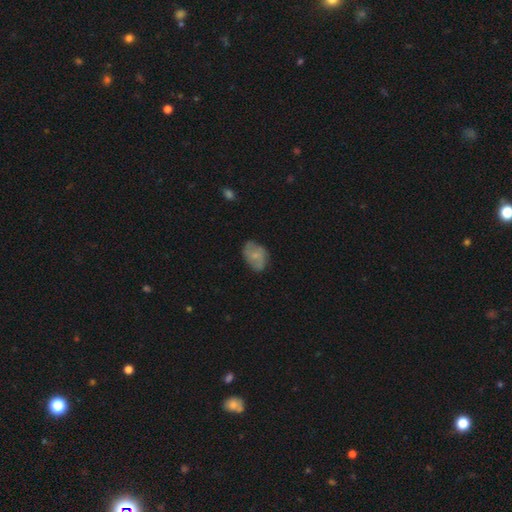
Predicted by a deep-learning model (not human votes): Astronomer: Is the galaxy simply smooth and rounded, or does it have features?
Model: smooth — 58% (runner-up: featured or disk, 34%).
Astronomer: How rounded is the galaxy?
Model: in between — 81%.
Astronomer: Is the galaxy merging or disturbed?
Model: none — 62%.